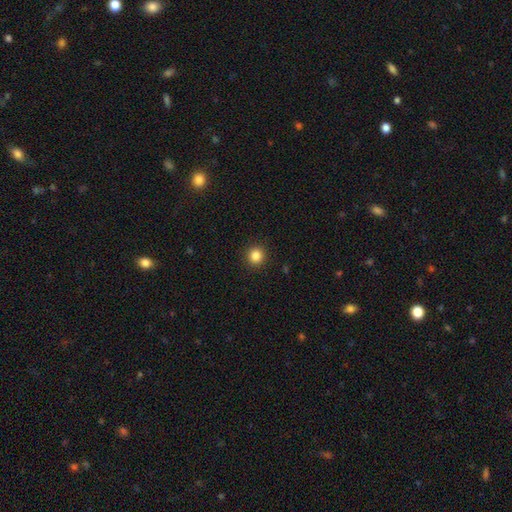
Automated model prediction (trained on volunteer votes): smooth_or_featured: smooth (p=0.85) [alt: star or artifact p=0.11]
how_rounded: round (p=0.94) [alt: in between p=0.05]
merging: none (p=0.92) [alt: minor disturbance p=0.05]